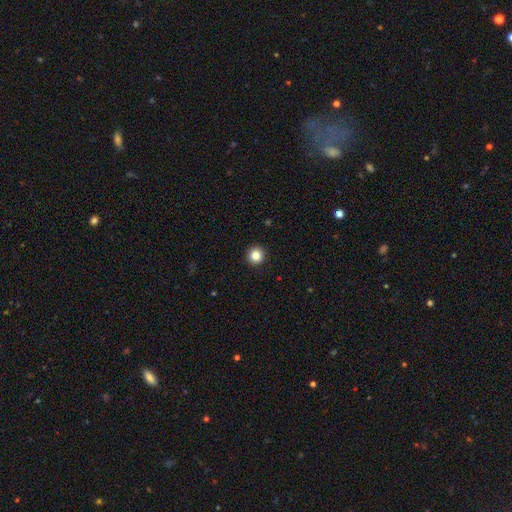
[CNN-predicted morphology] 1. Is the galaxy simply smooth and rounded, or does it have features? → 83% smooth, 11% star or artifact, 6% featured or disk.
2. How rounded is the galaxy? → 96% round, 3% in between, 1% cigar-shaped.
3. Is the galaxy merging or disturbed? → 94% none, 4% minor disturbance, 1% major disturbance, 1% merger.